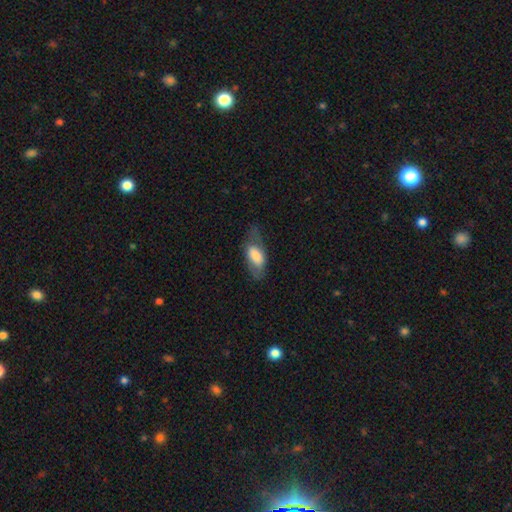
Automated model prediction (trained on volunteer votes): A smooth galaxy with no disk features (64%) that is in between round and cigar-shaped (86%).

Vote fractions:
- Smooth or featured? smooth: 64% / featured or disk: 29% / star or artifact: 7%
- How rounded? in between: 86% / cigar-shaped: 10% / round: 4%
- Merging? none: 58% / minor disturbance: 24% / major disturbance: 16% / merger: 2%